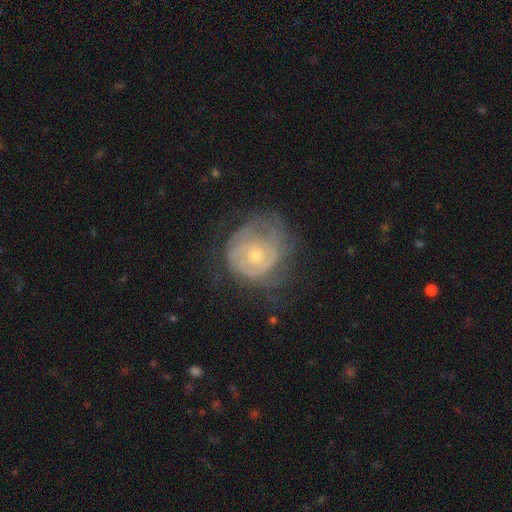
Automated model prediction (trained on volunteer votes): Overall: featured or disk (70%). Edge-on disk: no (97%). Bar: no (83%). Spiral arms: yes (77%). Spiral arm count: can't tell (51%; 2 21%). Spiral winding: tight (65%; medium 25%). Bulge size: small (63%; moderate 33%). Merging: none (50%; minor disturbance 26%).